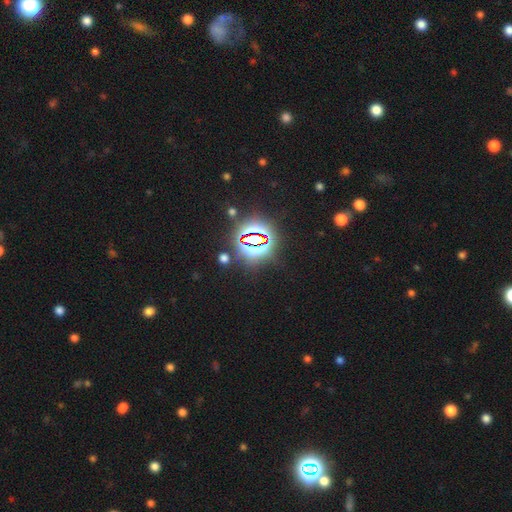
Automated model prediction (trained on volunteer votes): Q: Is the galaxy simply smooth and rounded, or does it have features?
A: star or artifact — 84%.